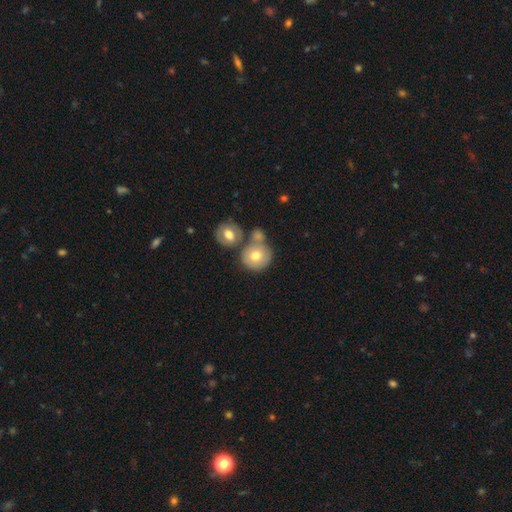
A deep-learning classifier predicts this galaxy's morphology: smooth 69%, featured or disk 23%, star or artifact 8%. Down the decision tree: how rounded — round (86%); merging — none (47%).